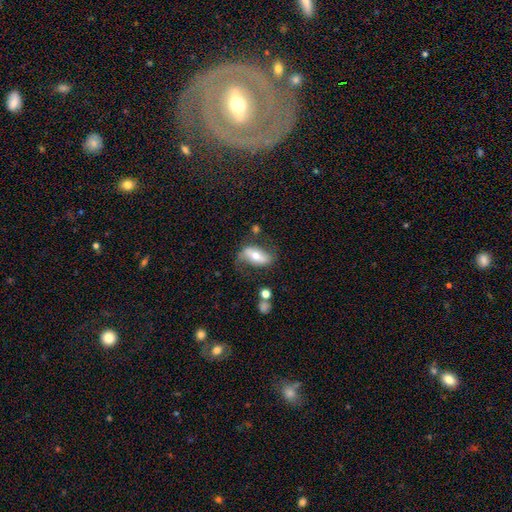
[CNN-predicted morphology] A smooth galaxy with no disk features (47%). Merging: none (62%).